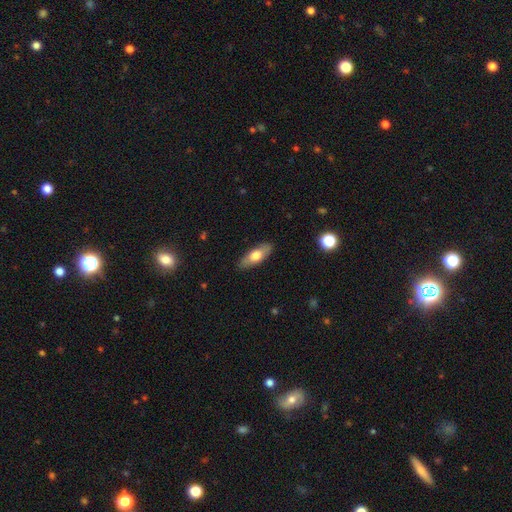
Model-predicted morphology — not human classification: Overall: smooth (64%; featured or disk 31%). How rounded: in between (73%). Merging: none (87%).